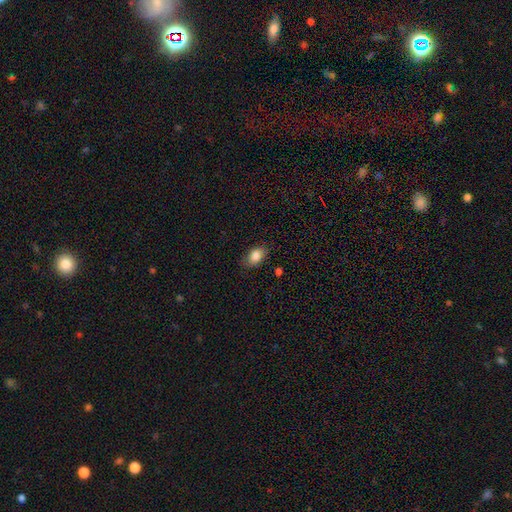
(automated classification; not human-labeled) smooth 85%, star or artifact 8%, featured or disk 7%. Down the decision tree: how rounded — in between (87%); merging — none (78%).